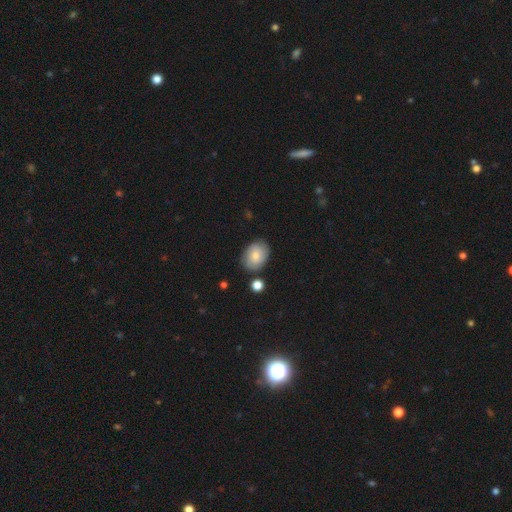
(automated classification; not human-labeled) The model was most divided on "how rounded": in between: 68%, round: 31%, cigar-shaped: 1%. More confident: merging — none (78%); smooth or featured — smooth (69%).